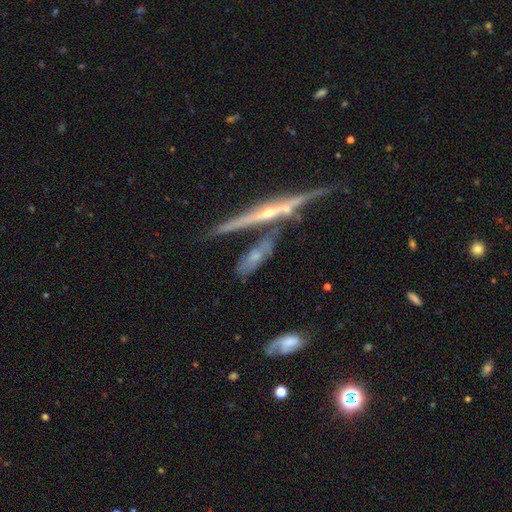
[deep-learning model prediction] smooth-or-featured: featured or disk: 67% | smooth: 23% | star or artifact: 10%
  disk-edge-on: yes: 77% | no: 23%
    edge-on-bulge: rounded: 70% | none: 25% | boxy: 6%
  merging: none: 49% | merger: 24% | minor disturbance: 19% | major disturbance: 8%